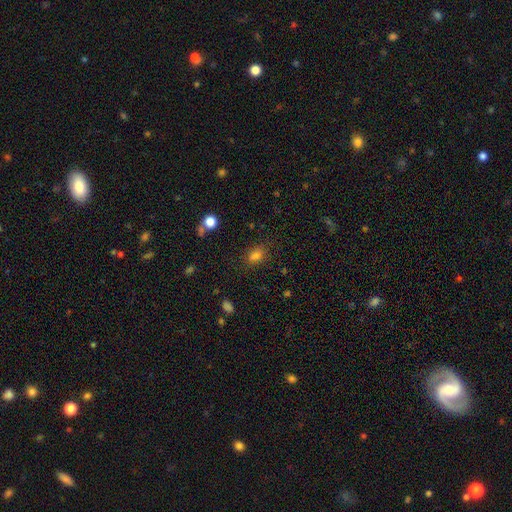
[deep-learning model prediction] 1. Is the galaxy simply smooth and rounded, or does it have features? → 79% smooth, 15% star or artifact, 6% featured or disk.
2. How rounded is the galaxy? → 74% in between, 24% round, 2% cigar-shaped.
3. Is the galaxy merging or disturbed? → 75% none, 16% minor disturbance, 6% major disturbance, 4% merger.